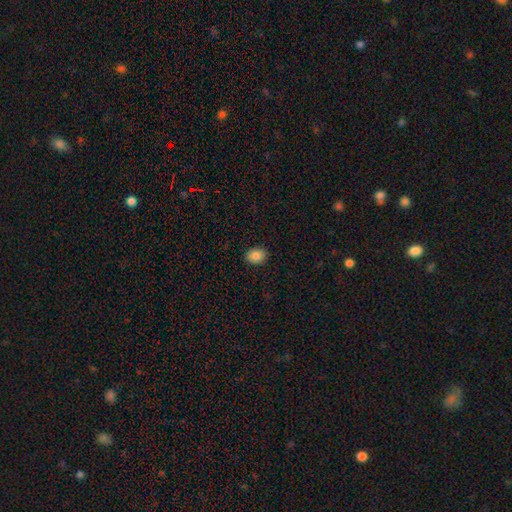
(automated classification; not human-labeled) Smooth or featured? smooth (84%)
How rounded? in between (60%)
Merging? none (90%)